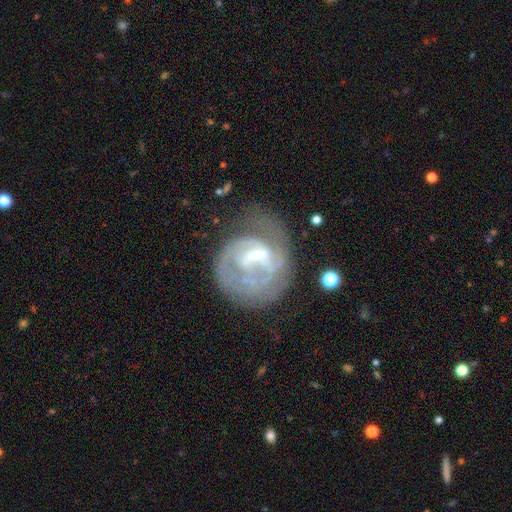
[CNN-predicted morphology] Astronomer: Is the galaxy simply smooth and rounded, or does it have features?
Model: featured or disk — 73%.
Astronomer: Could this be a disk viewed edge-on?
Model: no — 97%.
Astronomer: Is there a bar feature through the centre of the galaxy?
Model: weak — 46% (runner-up: strong, 31%).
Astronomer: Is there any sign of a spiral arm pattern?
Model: yes — 64%.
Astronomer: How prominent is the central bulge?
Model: moderate — 36% (runner-up: small, 35%).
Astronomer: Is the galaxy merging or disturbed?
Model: none — 44% (runner-up: major disturbance, 30%).